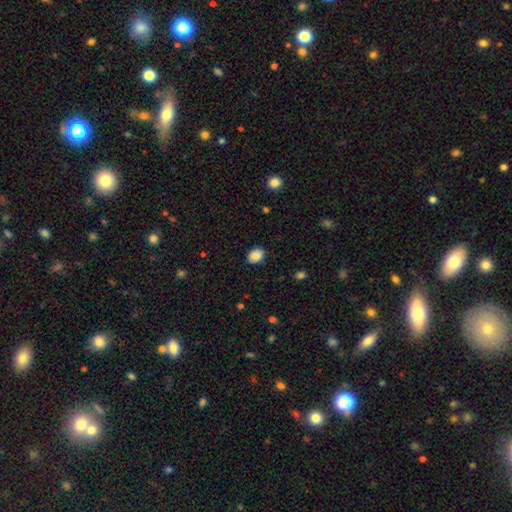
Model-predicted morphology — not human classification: Q: Smooth or featured?
A: smooth (87%); runner-up: star or artifact (8%)
Q: How rounded?
A: in between (65%); runner-up: round (34%)
Q: Merging?
A: none (88%); runner-up: minor disturbance (9%)